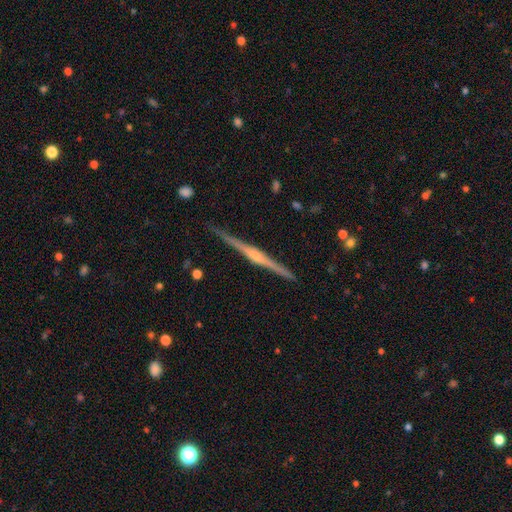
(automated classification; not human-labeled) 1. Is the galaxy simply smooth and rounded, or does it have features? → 85% featured or disk, 10% smooth, 5% star or artifact.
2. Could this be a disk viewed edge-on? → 99% yes, 1% no.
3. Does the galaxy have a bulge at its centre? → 74% rounded, 13% none, 13% boxy.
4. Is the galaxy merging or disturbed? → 91% none, 6% minor disturbance, 1% major disturbance, 1% merger.